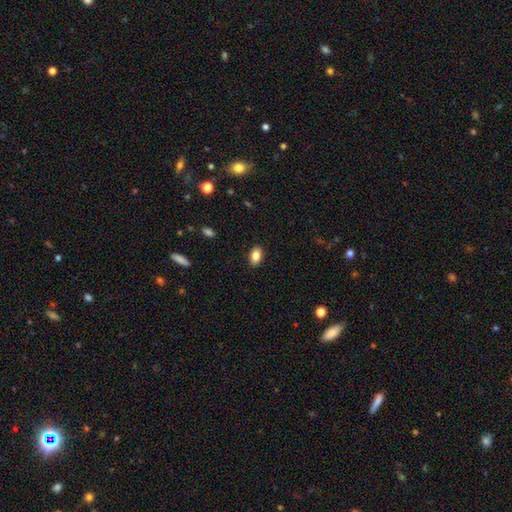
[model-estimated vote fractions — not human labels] This appears to be a smooth galaxy with no disk features (84%) that is in between round and cigar-shaped (89%). Merging: none (89%).